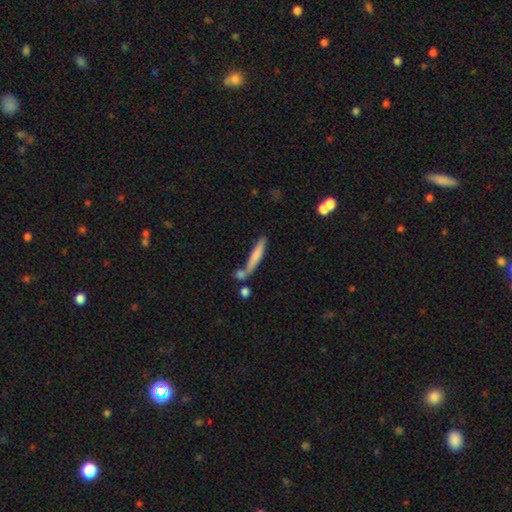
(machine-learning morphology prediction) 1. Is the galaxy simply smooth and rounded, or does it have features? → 68% smooth, 25% featured or disk, 7% star or artifact.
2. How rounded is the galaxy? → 89% cigar-shaped, 9% in between, 2% round.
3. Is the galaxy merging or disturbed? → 51% none, 25% merger, 17% minor disturbance, 7% major disturbance.